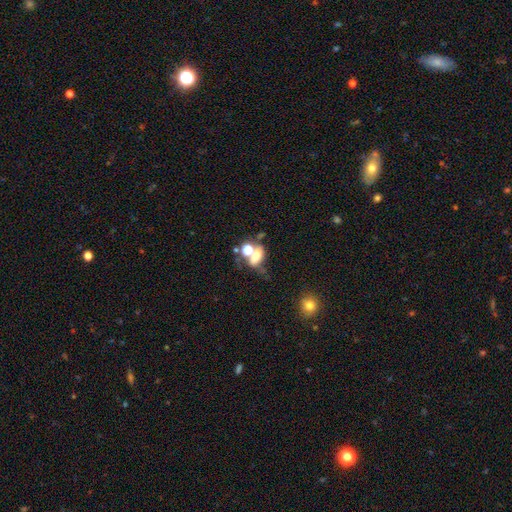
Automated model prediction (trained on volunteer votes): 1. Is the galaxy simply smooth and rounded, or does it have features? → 58% smooth, 24% featured or disk, 18% star or artifact.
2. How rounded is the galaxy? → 74% in between, 21% round, 5% cigar-shaped.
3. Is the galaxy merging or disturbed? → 46% merger, 26% none, 16% major disturbance, 13% minor disturbance.